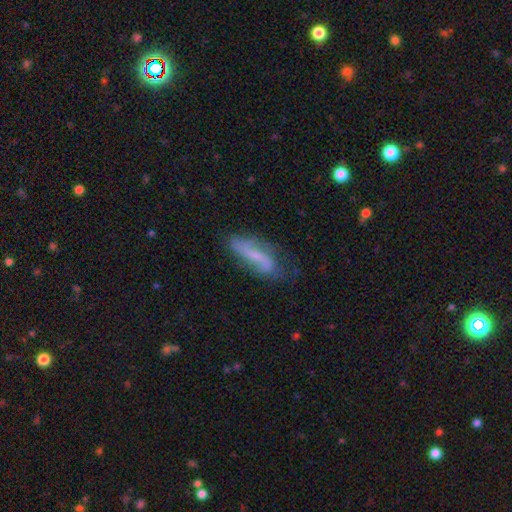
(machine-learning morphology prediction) featured or disk 65%, smooth 27%, star or artifact 8%. Down the decision tree: edge-on disk — no (83%); bar — weak (39%); spiral arms — yes (86%); bulge size — small (45%); merging — none (61%).